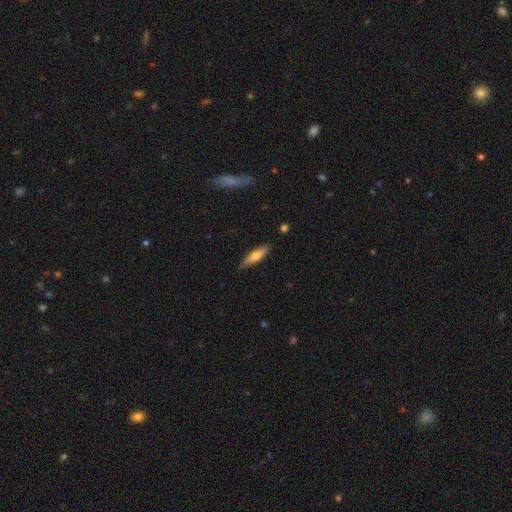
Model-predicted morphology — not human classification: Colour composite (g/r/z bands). It shows a smooth galaxy with no disk features (59%) that is cigar-shaped (71%). Merging: none (86%).